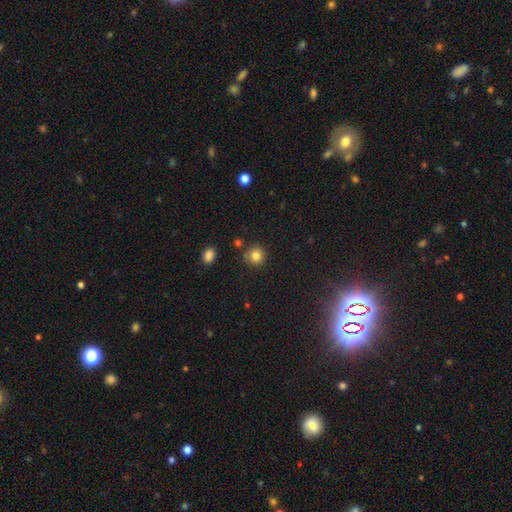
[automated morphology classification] This is clearly a smooth galaxy (83%). How rounded: clearly round (91%). Merging: clearly none (82%).